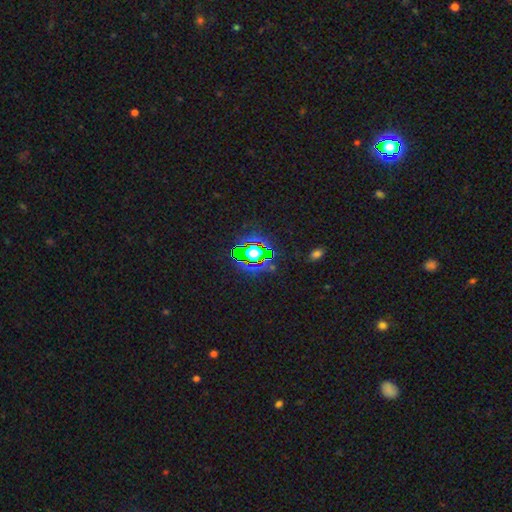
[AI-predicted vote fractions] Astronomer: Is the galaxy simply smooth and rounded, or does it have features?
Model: star or artifact — 69%.